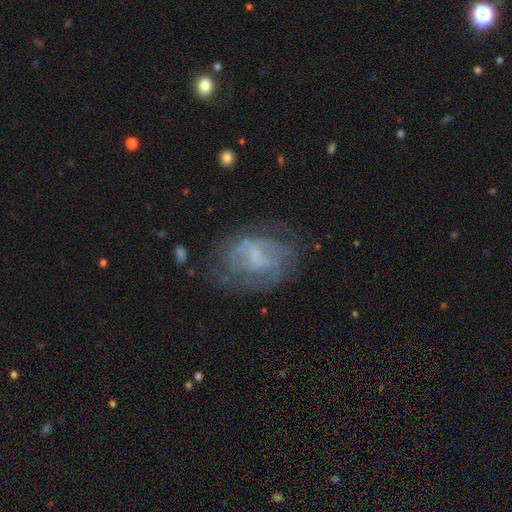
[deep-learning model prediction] Overall: featured or disk (61%; smooth 28%). Edge-on disk: no (96%). Bar: no (44%; weak 43%). Spiral arms: yes (52%; no 48%). Bulge size: small (44%; none 33%). Merging: none (55%; minor disturbance 22%).